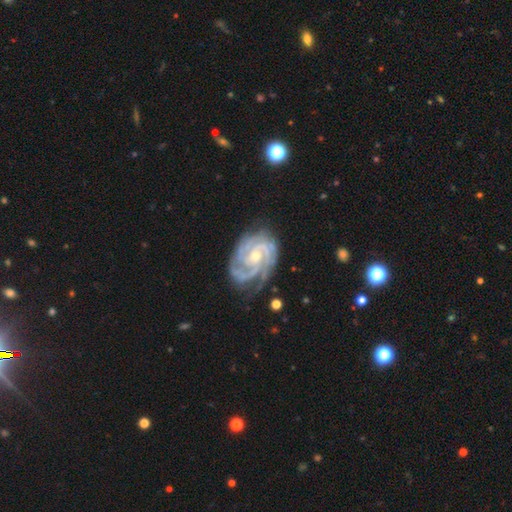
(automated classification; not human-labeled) A featured or disk galaxy (93%) with no bar (59%), 3 (41%) tight (69%) spiral arms (99%) and a small central bulge (56%). Merging: none (73%).